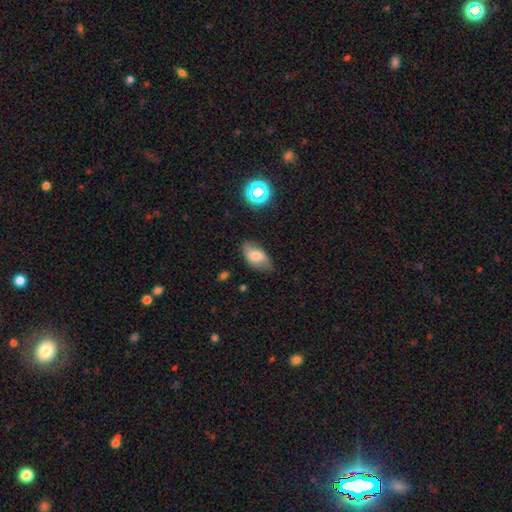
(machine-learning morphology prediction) Q: Smooth or featured?
A: smooth (67%); runner-up: featured or disk (24%)
Q: How rounded?
A: in between (92%); runner-up: round (6%)
Q: Merging?
A: none (67%); runner-up: minor disturbance (25%)